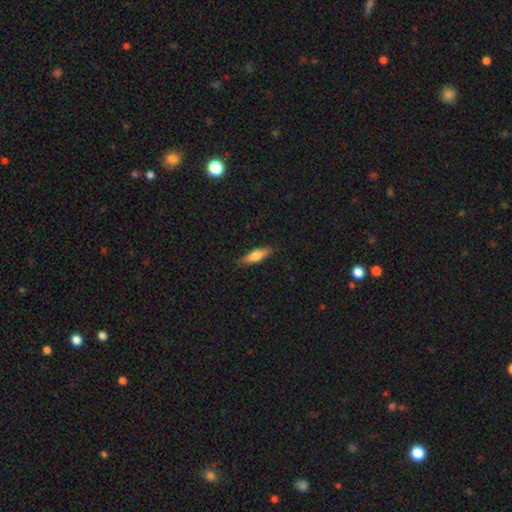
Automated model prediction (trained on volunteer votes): smooth 72%, featured or disk 22%, star or artifact 6%. Down the decision tree: how rounded — cigar-shaped (52%); merging — none (87%).